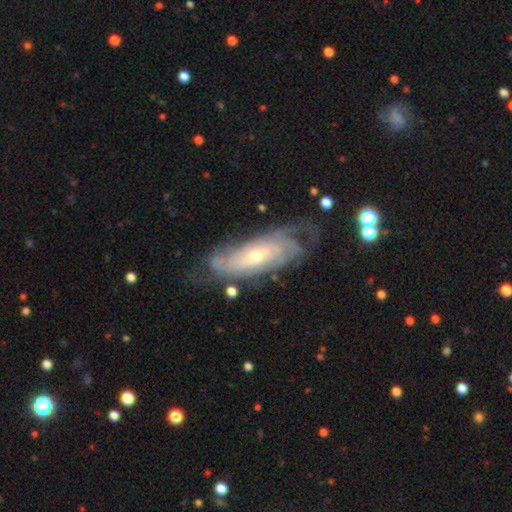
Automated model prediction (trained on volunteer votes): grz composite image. It shows a featured or disk galaxy (82%) with no bar (66%), tight (68%) spiral arms (91%) and a small central bulge (58%). Merging: none (64%).